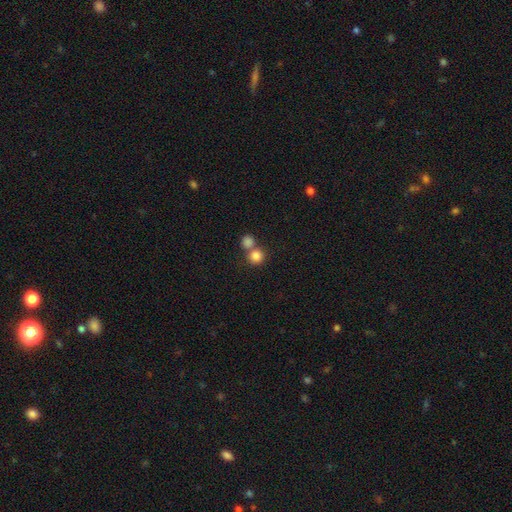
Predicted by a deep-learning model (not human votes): smooth-or-featured: smooth: 83% | star or artifact: 11% | featured or disk: 6%
  how-rounded: round: 91% | in between: 8% | cigar-shaped: 1%
  merging: none: 52% | merger: 39% | minor disturbance: 6% | major disturbance: 3%